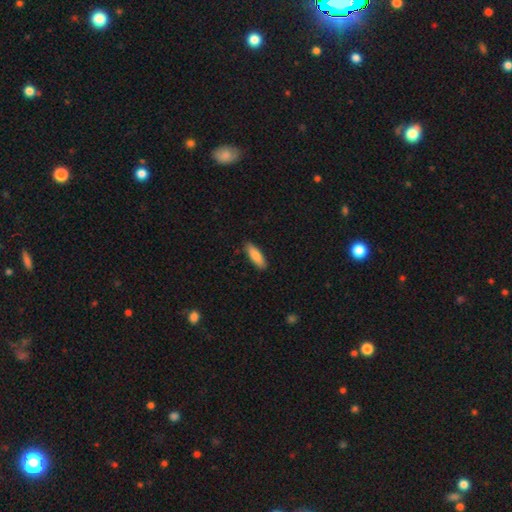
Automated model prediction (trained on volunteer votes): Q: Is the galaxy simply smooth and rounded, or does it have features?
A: smooth — 85%.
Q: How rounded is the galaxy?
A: in between — 51%.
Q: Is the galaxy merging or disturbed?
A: none — 88%.